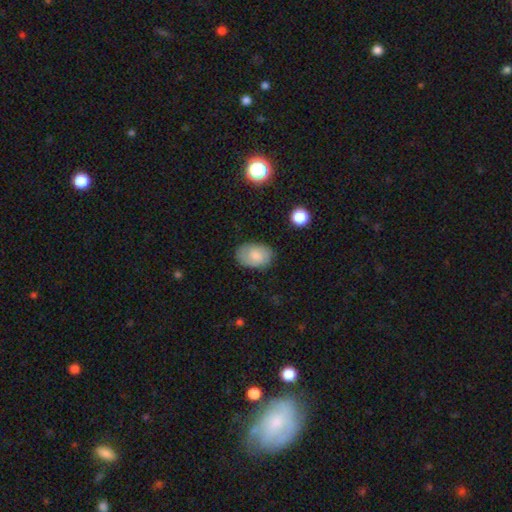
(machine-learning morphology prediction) Q: Smooth or featured?
A: smooth (68%); runner-up: featured or disk (24%)
Q: How rounded?
A: in between (84%); runner-up: round (15%)
Q: Merging?
A: none (80%); runner-up: minor disturbance (15%)